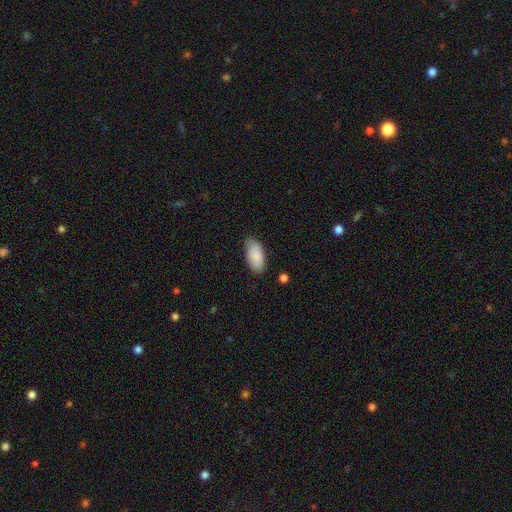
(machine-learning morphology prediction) A smooth galaxy with no disk features (86%) that is in between round and cigar-shaped (93%).

Vote fractions:
- Smooth or featured? smooth: 86% / featured or disk: 8% / star or artifact: 6%
- How rounded? in between: 93% / cigar-shaped: 5% / round: 2%
- Merging? none: 77% / minor disturbance: 19% / major disturbance: 3% / merger: 1%